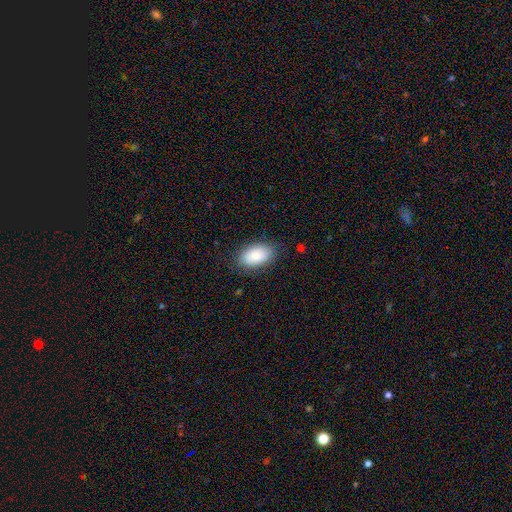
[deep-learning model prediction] Smooth or featured?
  - smooth: 84% *
  - featured or disk: 10%
  - star or artifact: 7%
How rounded?
  - in between: 93% *
  - round: 6%
  - cigar-shaped: 1%
Merging?
  - none: 83% *
  - minor disturbance: 13%
  - major disturbance: 3%
  - merger: 1%